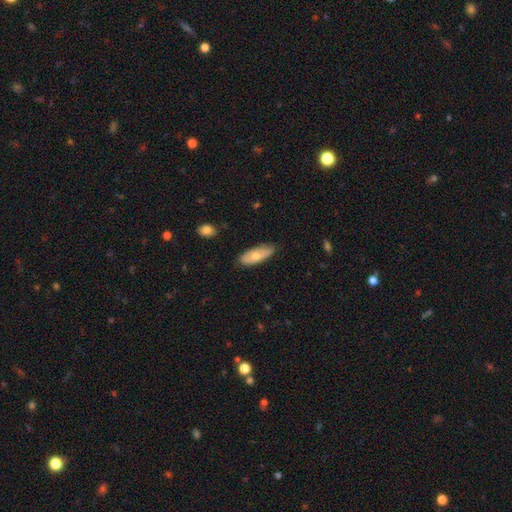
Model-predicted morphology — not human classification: smooth-or-featured: smooth: 59% | featured or disk: 35% | star or artifact: 6%
  how-rounded: in between: 72% | cigar-shaped: 25% | round: 3%
  merging: none: 80% | minor disturbance: 16% | major disturbance: 3% | merger: 1%